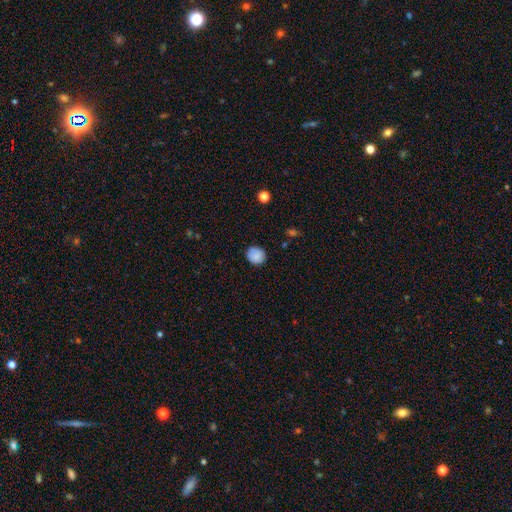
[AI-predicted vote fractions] smooth-or-featured: smooth: 86% | star or artifact: 9% | featured or disk: 6%
  how-rounded: round: 81% | in between: 18% | cigar-shaped: 1%
  merging: none: 83% | minor disturbance: 13% | major disturbance: 2% | merger: 1%